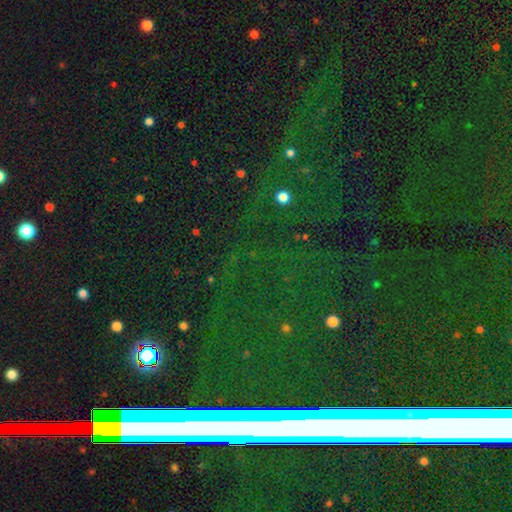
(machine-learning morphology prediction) This appears to be a star or artifact, not a galaxy (77%).